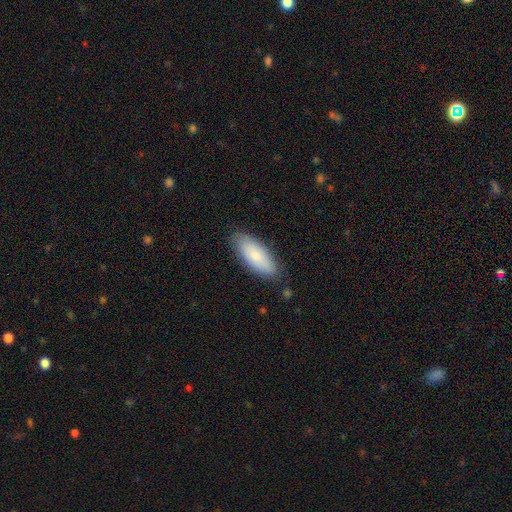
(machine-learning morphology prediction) Overall: smooth (82%). How rounded: in between (77%). Merging: none (83%).